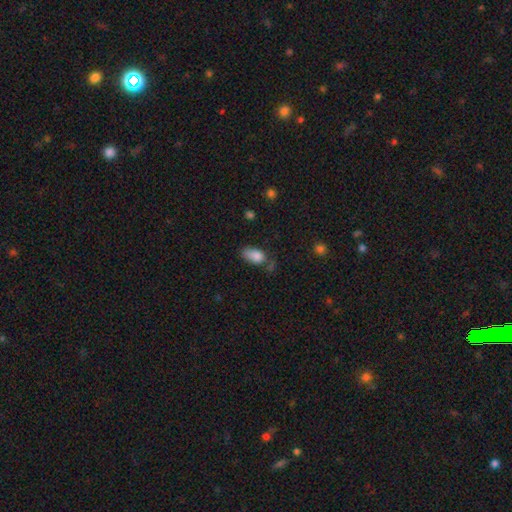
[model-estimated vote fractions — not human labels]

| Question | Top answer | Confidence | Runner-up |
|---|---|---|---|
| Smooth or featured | smooth | 85% | star or artifact (9%) |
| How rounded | in between | 91% | round (6%) |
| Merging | none | 45% | minor disturbance (32%) |